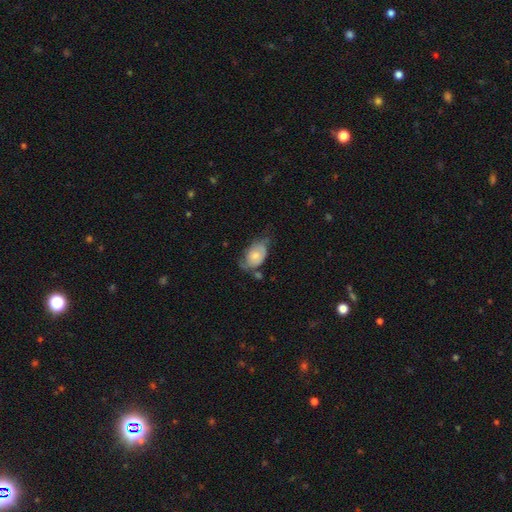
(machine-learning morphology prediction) The model was most divided on "merging": minor disturbance: 38%, none: 35%, major disturbance: 20%, merger: 8%. More confident: how rounded — in between (86%); smooth or featured — smooth (58%).